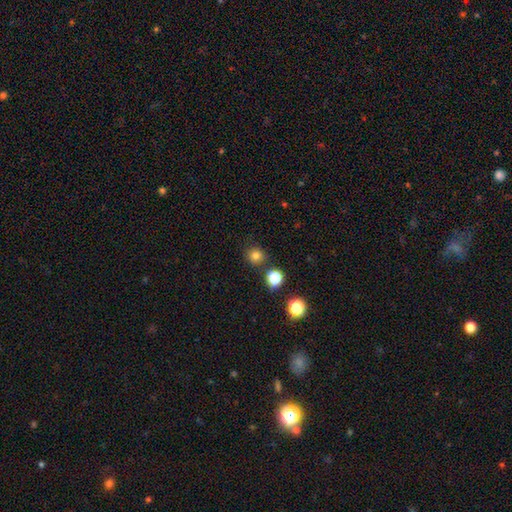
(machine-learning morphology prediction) This appears to be a smooth galaxy with no disk features (78%) that is round (91%). Merging: none (85%).